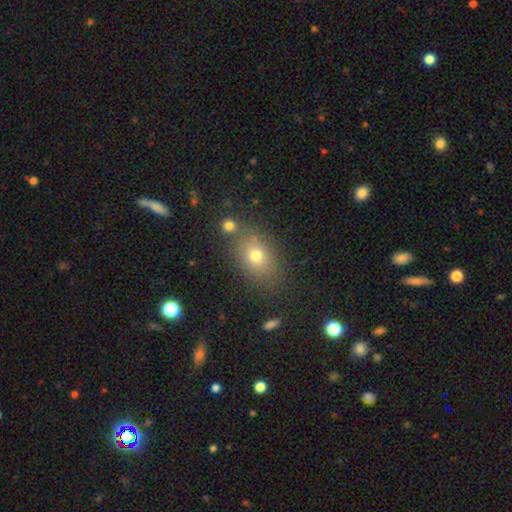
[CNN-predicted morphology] Smooth or featured: smooth — 72% (star or artifact — 15%)
How rounded: in between — 68% (round — 30%)
Merging: none — 73% (minor disturbance — 13%)